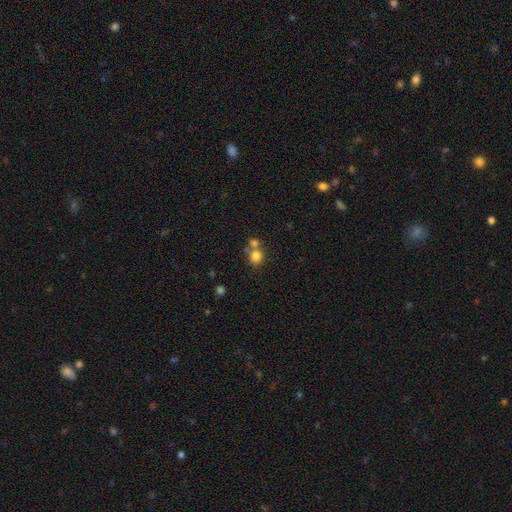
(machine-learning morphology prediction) smooth 79%, star or artifact 11%, featured or disk 9%. Down the decision tree: how rounded — round (77%); merging — none (46%).